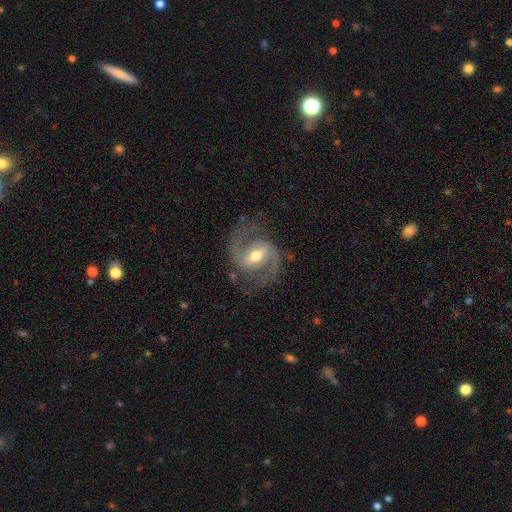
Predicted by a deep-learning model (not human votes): featured or disk 91%, smooth 5%, star or artifact 5%. Down the decision tree: edge-on disk — no (98%); bar — weak (48%); spiral arms — yes (97%); spiral arm count — 2 (94%); spiral winding — medium (65%); bulge size — moderate (71%); merging — none (80%).